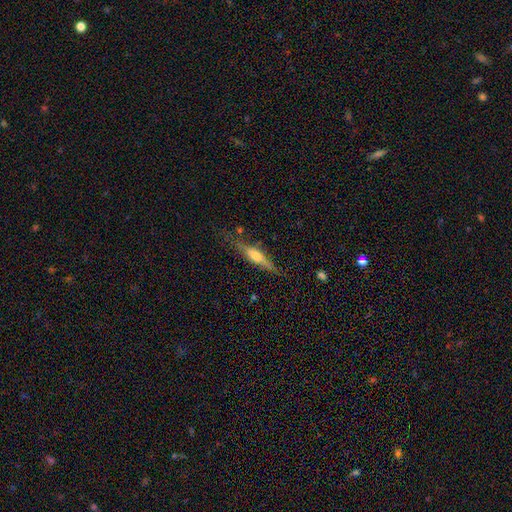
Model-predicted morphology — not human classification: A featured or disk galaxy (61%) viewed edge-on (94%) with a rounded central bulge (82%). Merging: none (74%).